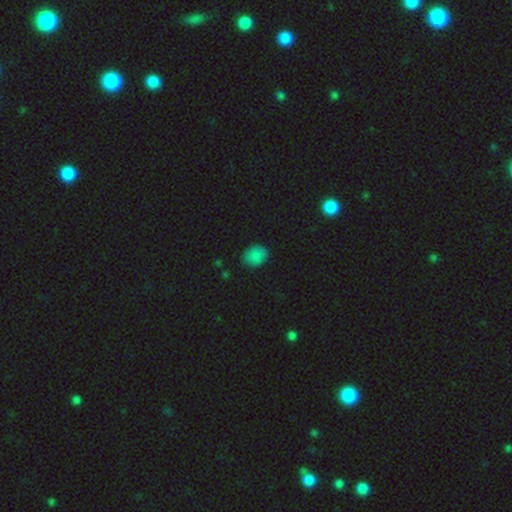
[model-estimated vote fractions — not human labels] Morphology: type=smooth (83%); roundness=in between (53%); merging=none (83%).